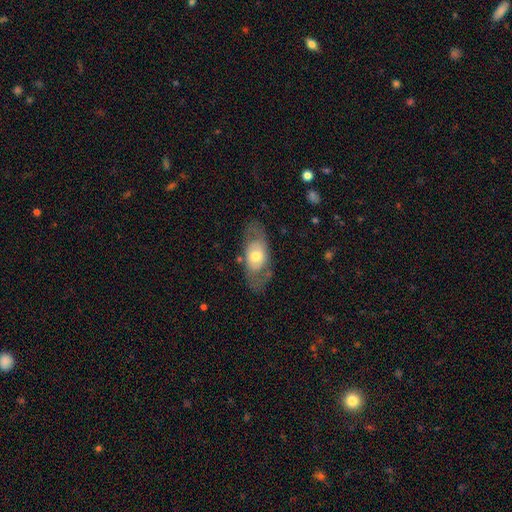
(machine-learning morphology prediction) Q: Smooth or featured?
A: featured or disk (54%); runner-up: smooth (40%)
Q: Edge-on disk?
A: no (86%); runner-up: yes (14%)
Q: Merging?
A: none (68%); runner-up: minor disturbance (18%)